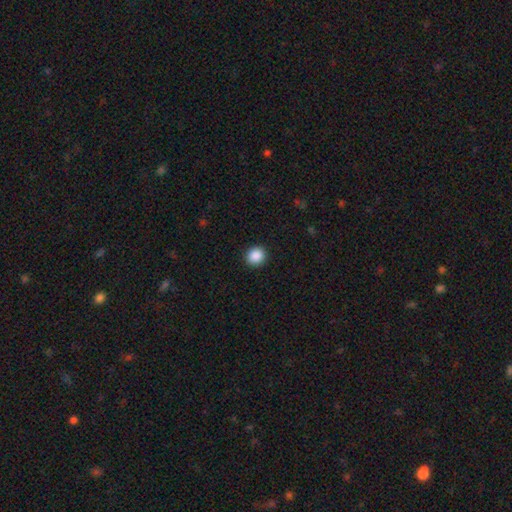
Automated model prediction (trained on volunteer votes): Smooth or featured: smooth — 88% (star or artifact — 9%)
How rounded: round — 88% (in between — 11%)
Merging: none — 92% (minor disturbance — 5%)